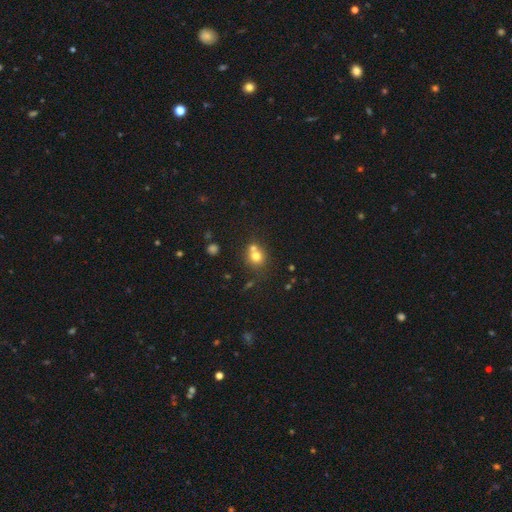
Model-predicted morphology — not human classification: The model was most divided on "merging": none: 49%, merger: 39%, minor disturbance: 9%, major disturbance: 3%. More confident: how rounded — round (80%); smooth or featured — smooth (73%).